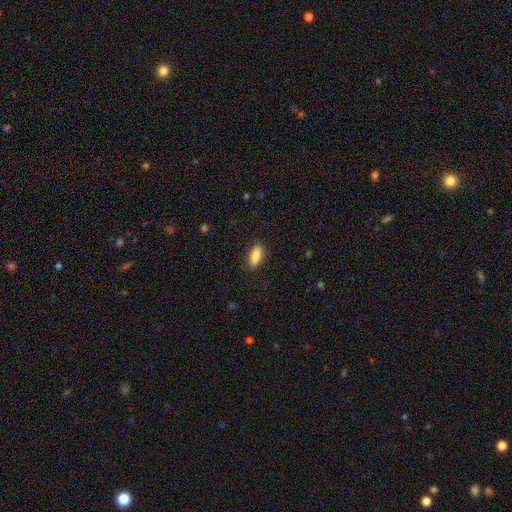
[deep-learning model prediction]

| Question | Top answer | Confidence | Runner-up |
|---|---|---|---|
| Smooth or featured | smooth | 88% | star or artifact (7%) |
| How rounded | in between | 77% | cigar-shaped (21%) |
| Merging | none | 86% | minor disturbance (10%) |